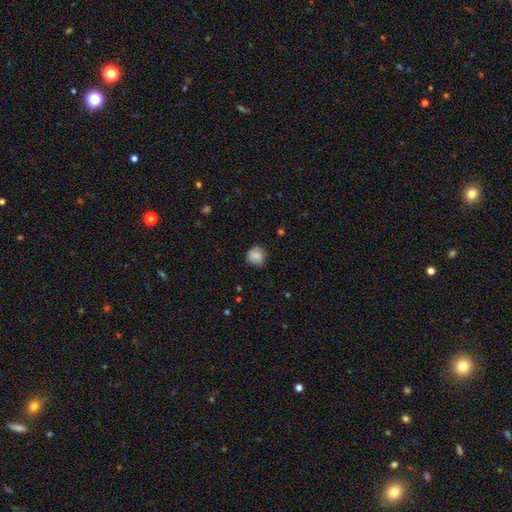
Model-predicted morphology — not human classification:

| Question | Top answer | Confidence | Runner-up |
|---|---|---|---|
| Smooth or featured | smooth | 77% | featured or disk (15%) |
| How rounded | round | 89% | in between (10%) |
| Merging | none | 78% | minor disturbance (18%) |